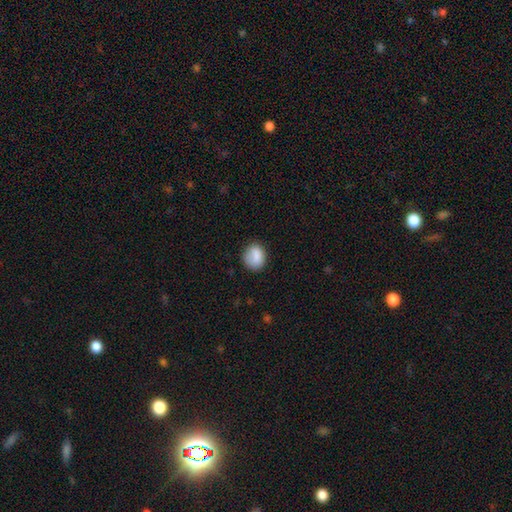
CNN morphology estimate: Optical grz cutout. It shows a smooth galaxy with no disk features (84%) that is round (62%). Merging: none (72%).